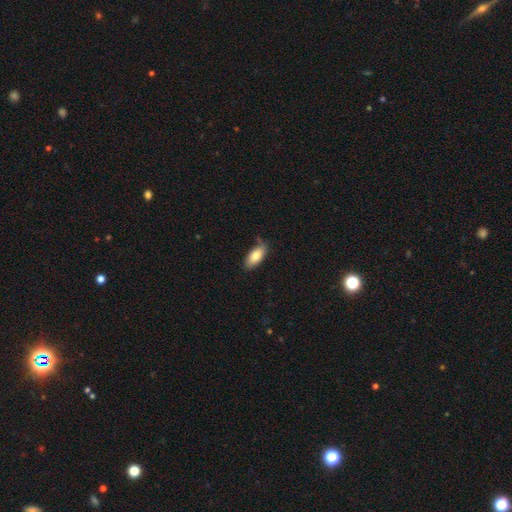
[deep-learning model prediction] Q: Smooth or featured?
A: smooth (81%); runner-up: featured or disk (12%)
Q: How rounded?
A: in between (88%); runner-up: cigar-shaped (10%)
Q: Merging?
A: none (74%); runner-up: minor disturbance (20%)